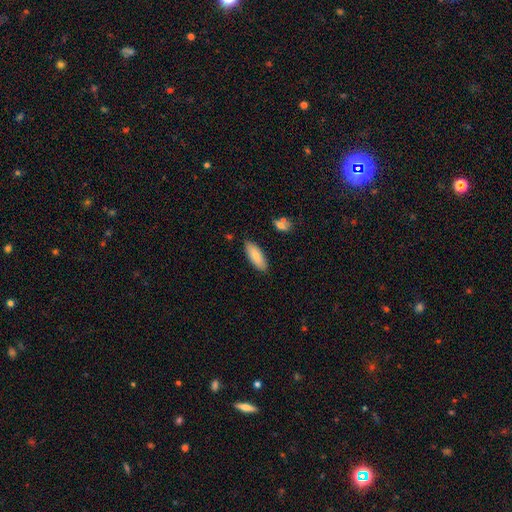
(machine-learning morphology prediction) smooth 83%, featured or disk 10%, star or artifact 6%. Down the decision tree: how rounded — in between (70%); merging — none (86%).